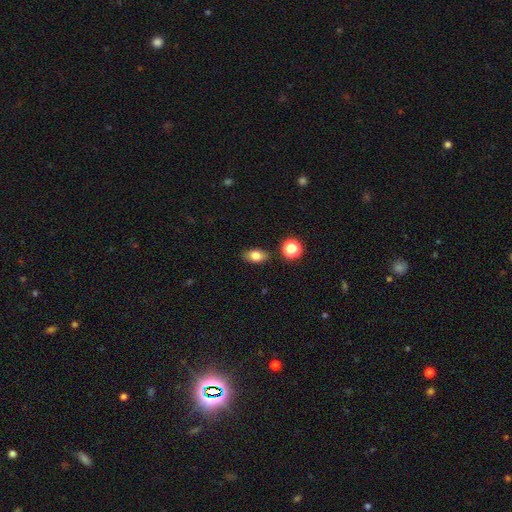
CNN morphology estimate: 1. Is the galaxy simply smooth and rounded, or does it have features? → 81% smooth, 10% star or artifact, 9% featured or disk.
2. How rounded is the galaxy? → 84% in between, 13% round, 3% cigar-shaped.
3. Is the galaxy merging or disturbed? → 84% none, 10% minor disturbance, 3% merger, 2% major disturbance.